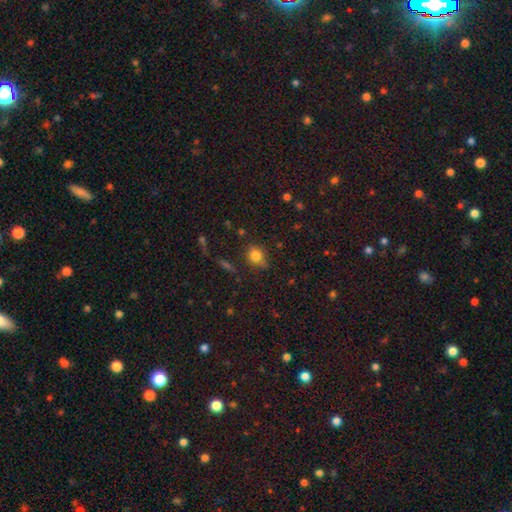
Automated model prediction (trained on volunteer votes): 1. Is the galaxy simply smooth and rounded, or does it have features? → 78% smooth, 14% star or artifact, 8% featured or disk.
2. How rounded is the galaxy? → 64% round, 34% in between, 2% cigar-shaped.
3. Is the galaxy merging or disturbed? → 73% none, 18% minor disturbance, 5% major disturbance, 4% merger.